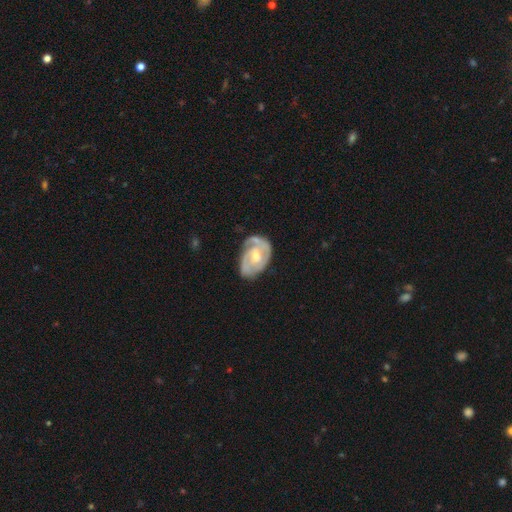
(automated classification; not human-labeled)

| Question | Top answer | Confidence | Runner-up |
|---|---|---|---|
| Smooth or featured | featured or disk | 80% | smooth (16%) |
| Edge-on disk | no | 97% | yes (3%) |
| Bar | no | 51% | weak (40%) |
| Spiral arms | yes | 88% | no (12%) |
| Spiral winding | tight | 56% | medium (34%) |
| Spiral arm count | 2 | 47% | can't tell (24%) |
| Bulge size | moderate | 57% | small (38%) |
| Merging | none | 57% | minor disturbance (28%) |